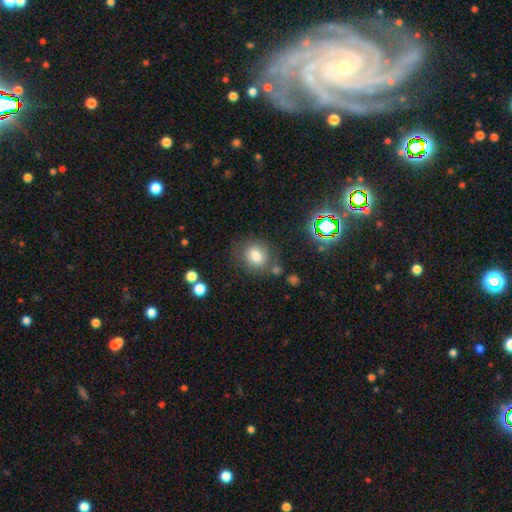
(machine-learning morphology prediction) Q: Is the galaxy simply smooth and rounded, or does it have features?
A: smooth — 78%.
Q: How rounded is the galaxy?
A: round — 56%.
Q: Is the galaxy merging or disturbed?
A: none — 70%.